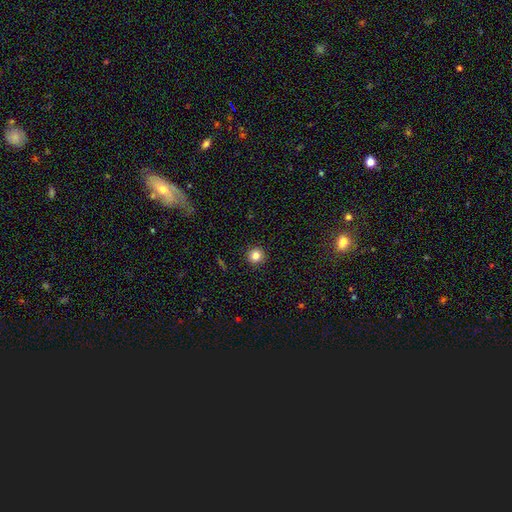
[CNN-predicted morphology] Smooth or featured: smooth — 83% (star or artifact — 11%)
How rounded: round — 94% (in between — 5%)
Merging: none — 92% (minor disturbance — 5%)